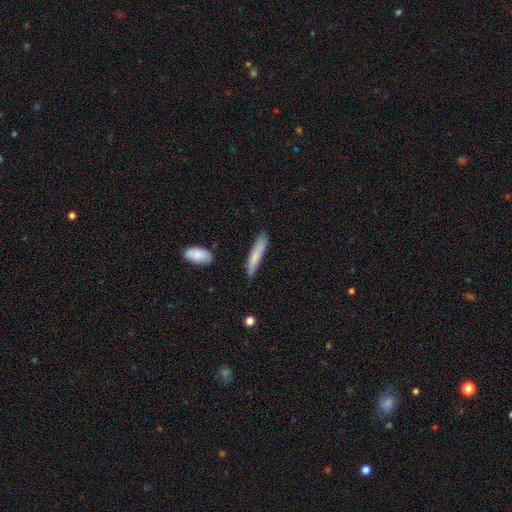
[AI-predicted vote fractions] This is likely a smooth galaxy (76%). How rounded: clearly cigar-shaped (87%). Merging: likely none (74%).